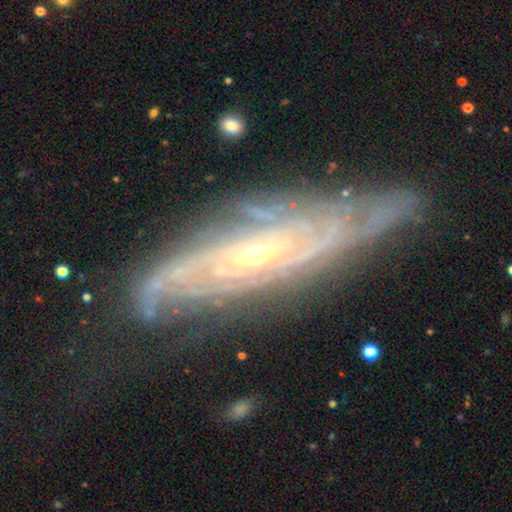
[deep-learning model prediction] This is clearly a featured or disk galaxy (86%). It is likely not viewed edge-on (78%). Bar: possibly no (57%). Spiral arm pattern: clearly yes (96%). Spiral arm count: marginally can't tell (40%). Spiral winding: likely tight (67%). Central bulge: likely small (71%). Merging: likely none (71%).